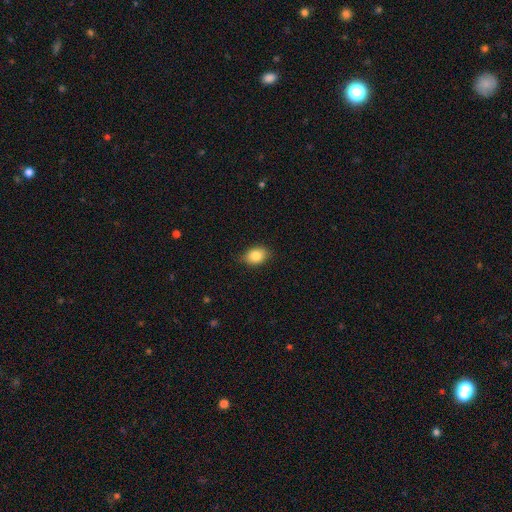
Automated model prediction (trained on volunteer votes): Smooth or featured?
  - smooth: 85% *
  - star or artifact: 8%
  - featured or disk: 7%
How rounded?
  - in between: 75% *
  - round: 24%
  - cigar-shaped: 1%
Merging?
  - none: 82% *
  - minor disturbance: 15%
  - major disturbance: 3%
  - merger: 1%